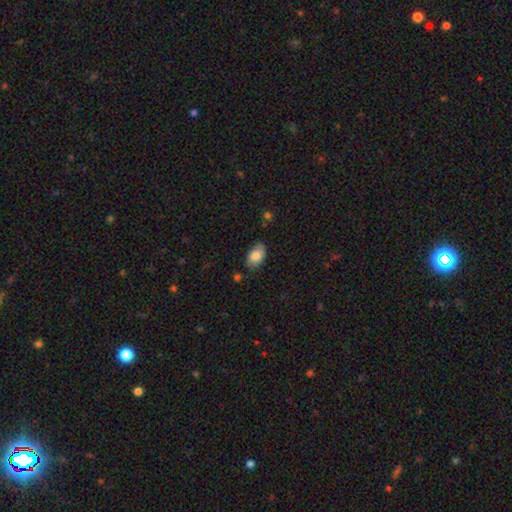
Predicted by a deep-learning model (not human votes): Smooth or featured: smooth — 84% (featured or disk — 9%)
How rounded: in between — 92% (round — 6%)
Merging: none — 80% (minor disturbance — 16%)